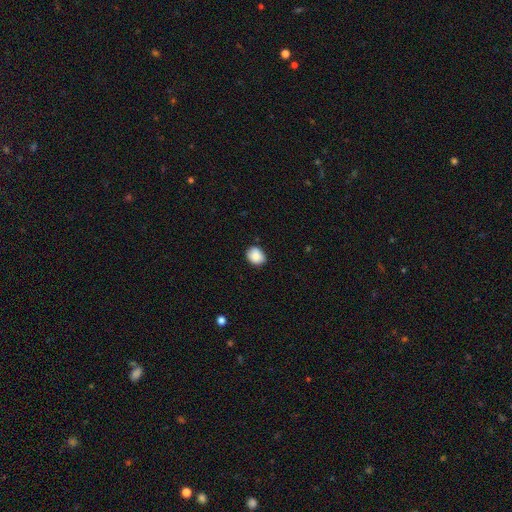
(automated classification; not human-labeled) Smooth or featured?
  - smooth: 86% *
  - star or artifact: 8%
  - featured or disk: 6%
How rounded?
  - round: 57% *
  - in between: 42%
  - cigar-shaped: 1%
Merging?
  - none: 79% *
  - minor disturbance: 17%
  - major disturbance: 3%
  - merger: 2%